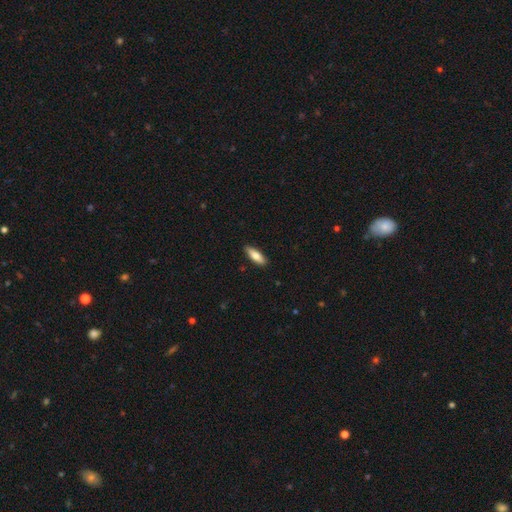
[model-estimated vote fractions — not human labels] Smooth or featured? Predicted: smooth (p=0.76). How rounded? Predicted: in between (p=0.53). Merging? Predicted: none (p=0.87).